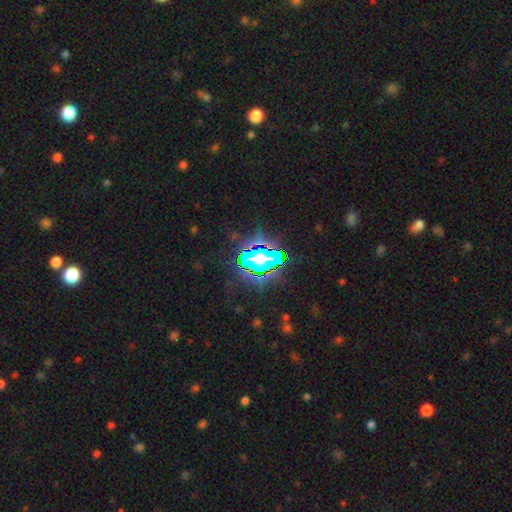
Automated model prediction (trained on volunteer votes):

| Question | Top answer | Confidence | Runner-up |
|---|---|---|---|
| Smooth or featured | star or artifact | 65% | smooth (19%) |